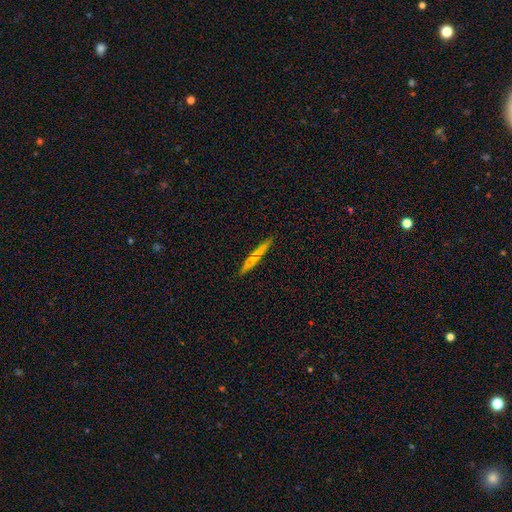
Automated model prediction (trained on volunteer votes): Q: Smooth or featured?
A: smooth (50%); runner-up: featured or disk (40%)
Q: How rounded?
A: cigar-shaped (94%); runner-up: in between (4%)
Q: Merging?
A: none (85%); runner-up: minor disturbance (10%)